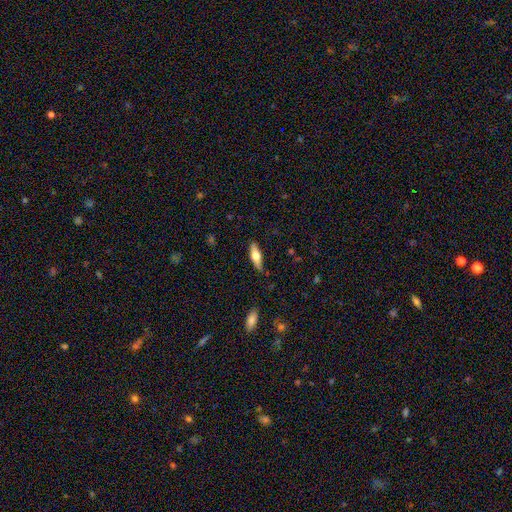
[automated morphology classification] This appears to be a smooth galaxy with no disk features (56%) that is in between round and cigar-shaped (54%). Merging: none (79%).